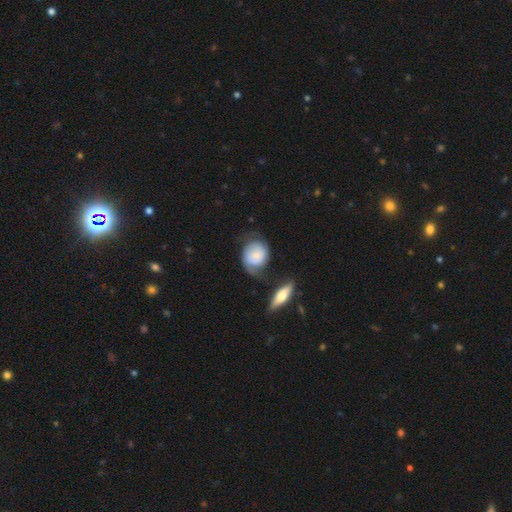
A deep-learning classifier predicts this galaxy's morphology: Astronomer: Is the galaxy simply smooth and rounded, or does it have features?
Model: smooth — 49% (runner-up: featured or disk, 45%).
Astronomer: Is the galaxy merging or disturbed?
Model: none — 44% (runner-up: minor disturbance, 27%).